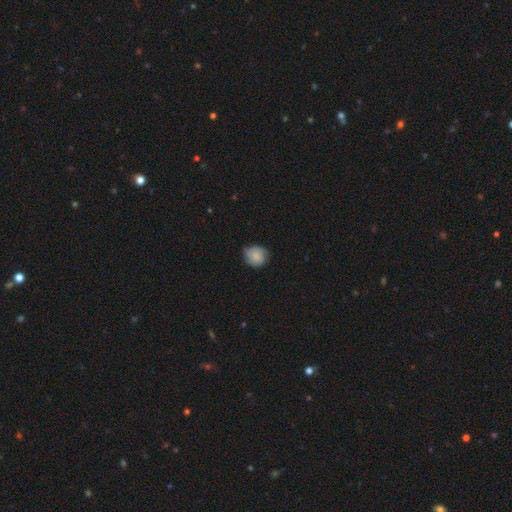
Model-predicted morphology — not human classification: A smooth galaxy with no disk features (81%) that is round (84%).

Vote fractions:
- Smooth or featured? smooth: 81% / featured or disk: 12% / star or artifact: 7%
- How rounded? round: 84% / in between: 15% / cigar-shaped: 1%
- Merging? none: 72% / minor disturbance: 23% / major disturbance: 4% / merger: 1%